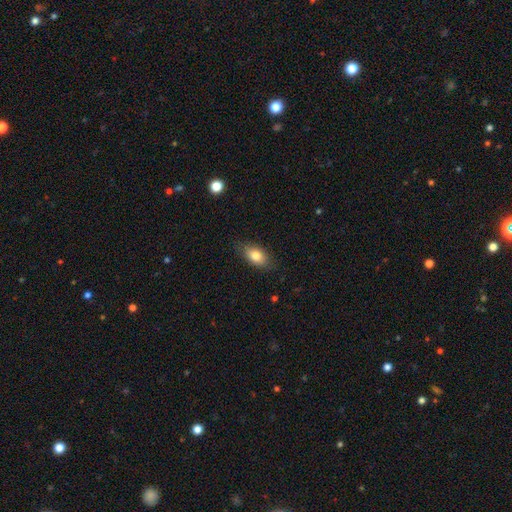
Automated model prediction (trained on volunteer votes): Smooth or featured?
  - smooth: 80% *
  - featured or disk: 12%
  - star or artifact: 8%
How rounded?
  - in between: 88% *
  - round: 8%
  - cigar-shaped: 4%
Merging?
  - none: 83% *
  - minor disturbance: 13%
  - major disturbance: 3%
  - merger: 1%